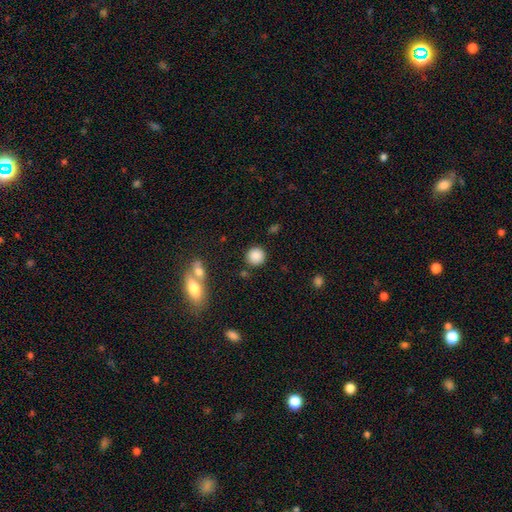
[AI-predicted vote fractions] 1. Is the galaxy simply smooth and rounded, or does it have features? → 86% smooth, 9% star or artifact, 5% featured or disk.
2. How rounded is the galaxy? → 91% round, 8% in between, 1% cigar-shaped.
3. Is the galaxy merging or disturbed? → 84% none, 8% minor disturbance, 5% merger, 3% major disturbance.